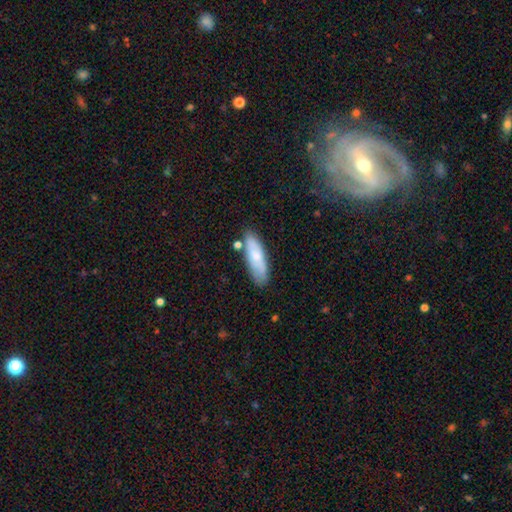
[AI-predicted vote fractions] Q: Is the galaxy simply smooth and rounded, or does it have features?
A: smooth — 70%.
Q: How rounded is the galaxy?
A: in between — 49%, tied with cigar-shaped.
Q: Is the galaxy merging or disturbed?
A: none — 75%.